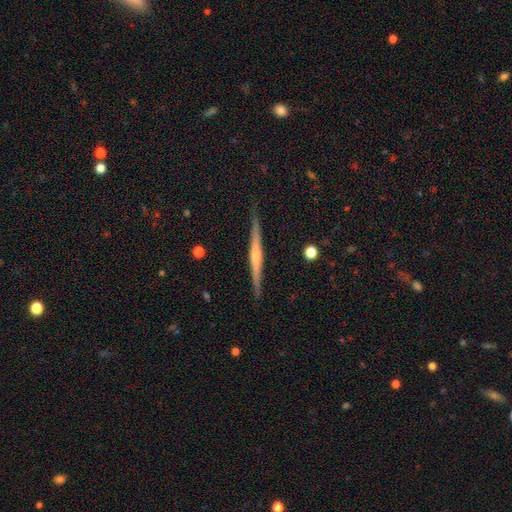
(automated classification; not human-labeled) This appears to be a featured or disk galaxy (74%) viewed edge-on (98%) with a rounded central bulge (64%). Merging: none (89%).